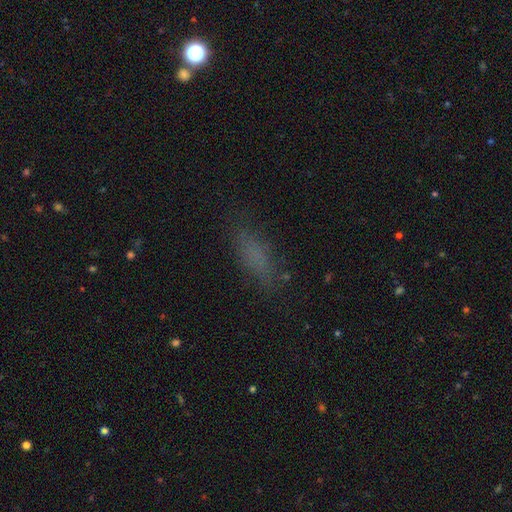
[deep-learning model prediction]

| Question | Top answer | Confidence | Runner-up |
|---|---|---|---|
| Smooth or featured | smooth | 70% | star or artifact (16%) |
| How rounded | in between | 53% | cigar-shaped (43%) |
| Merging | none | 75% | minor disturbance (16%) |